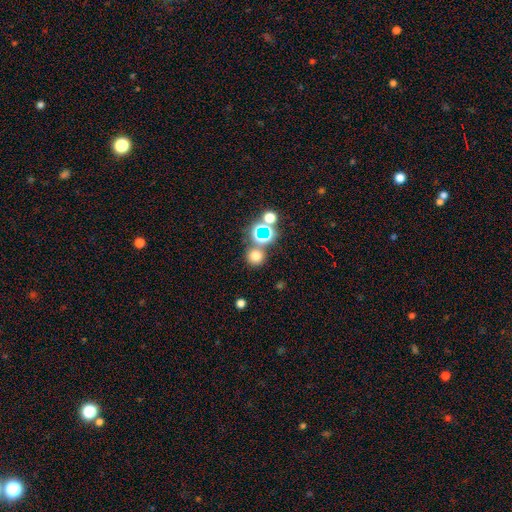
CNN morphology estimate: Smooth or featured? Predicted: smooth (p=0.68). How rounded? Predicted: round (p=0.90). Merging? Predicted: none (p=0.70).